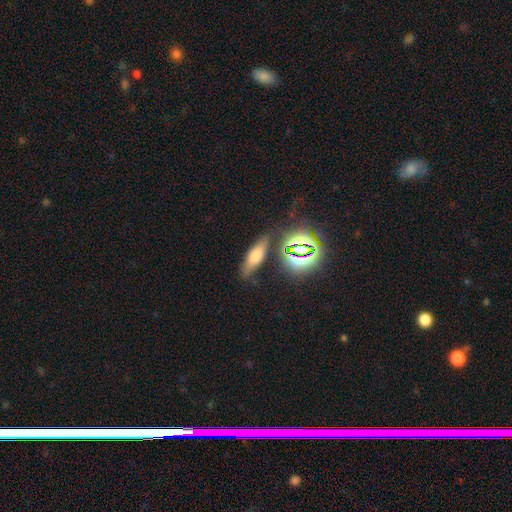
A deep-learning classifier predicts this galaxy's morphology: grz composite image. It shows a smooth galaxy with no disk features (56%) that is in between round and cigar-shaped (49%). Merging: none (78%).